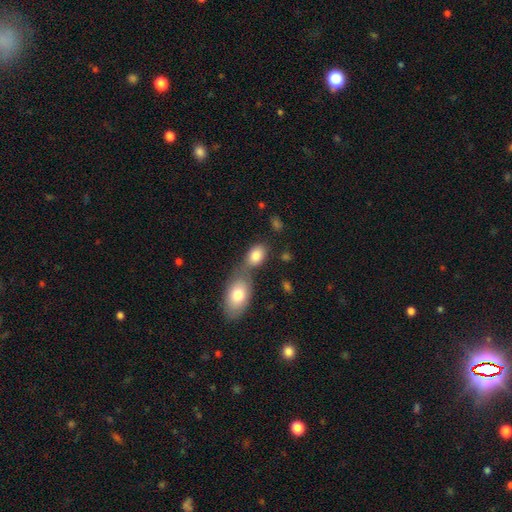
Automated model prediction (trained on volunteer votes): A smooth galaxy with no disk features (82%) that is in between round and cigar-shaped (86%).

Vote fractions:
- Smooth or featured? smooth: 82% / featured or disk: 11% / star or artifact: 7%
- How rounded? in between: 86% / round: 12% / cigar-shaped: 2%
- Merging? merger: 51% / none: 34% / minor disturbance: 11% / major disturbance: 5%